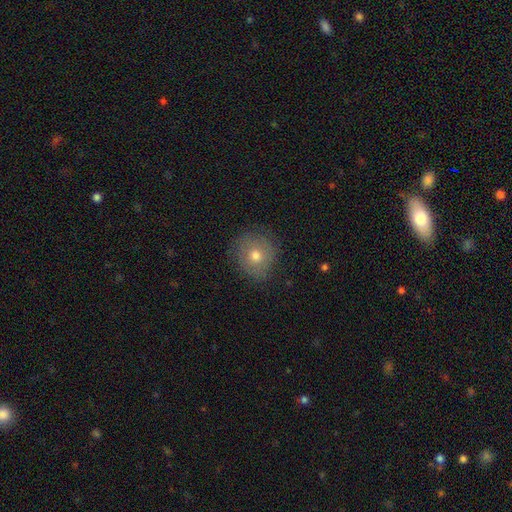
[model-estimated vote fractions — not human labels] Smooth or featured: smooth — 67% (featured or disk — 21%)
How rounded: round — 87% (in between — 12%)
Merging: none — 81% (minor disturbance — 13%)